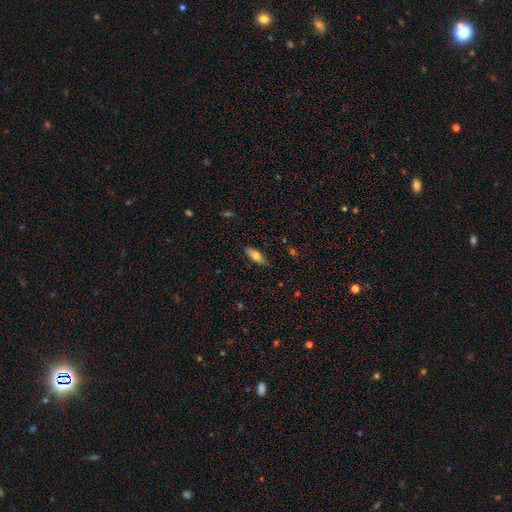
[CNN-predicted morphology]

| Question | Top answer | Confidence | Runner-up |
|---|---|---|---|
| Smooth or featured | smooth | 66% | featured or disk (27%) |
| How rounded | in between | 64% | cigar-shaped (33%) |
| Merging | none | 80% | minor disturbance (16%) |